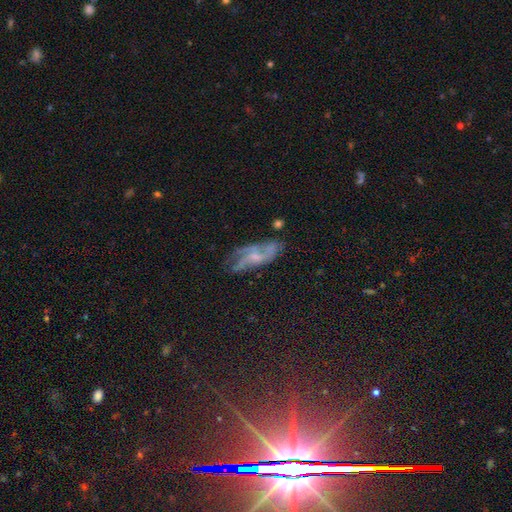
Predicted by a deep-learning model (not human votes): Q: Smooth or featured?
A: featured or disk (63%); runner-up: smooth (19%)
Q: Edge-on disk?
A: no (88%); runner-up: yes (12%)
Q: Bar?
A: no (63%); runner-up: weak (30%)
Q: Spiral arms?
A: yes (84%); runner-up: no (16%)
Q: Bulge size?
A: small (55%); runner-up: moderate (32%)
Q: Merging?
A: none (52%); runner-up: minor disturbance (24%)